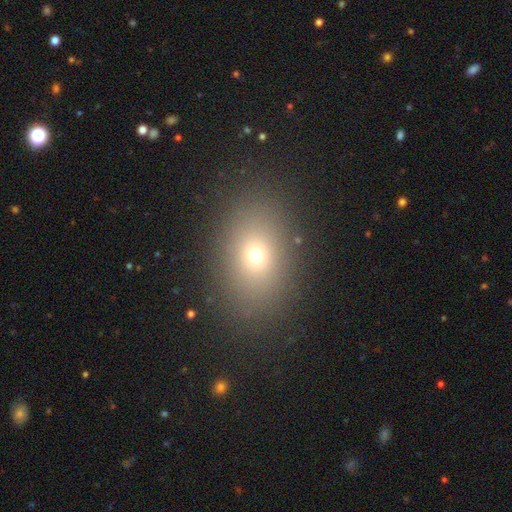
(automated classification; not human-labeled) This appears to be a smooth galaxy with no disk features (68%) that is in between round and cigar-shaped (69%). Merging: none (85%).